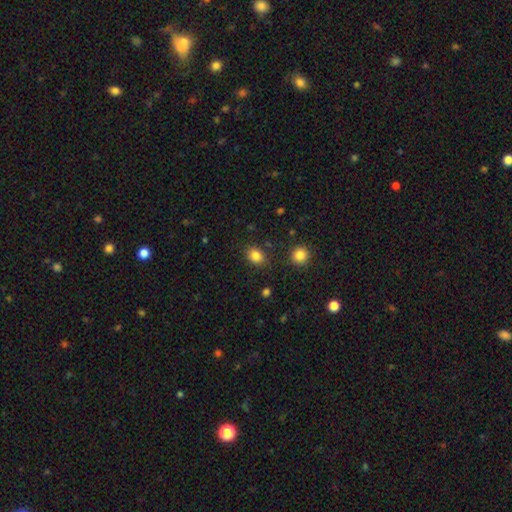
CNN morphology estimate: This is clearly a smooth galaxy (84%). How rounded: possibly in between (55%). Merging: clearly none (82%).